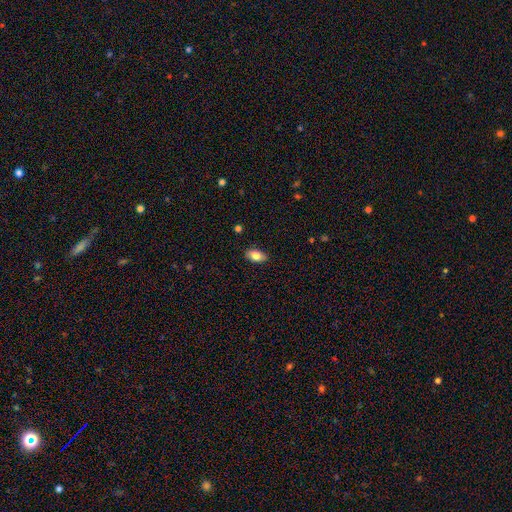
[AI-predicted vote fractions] Smooth or featured? Predicted: smooth (p=0.83). How rounded? Predicted: in between (p=0.91). Merging? Predicted: none (p=0.86).